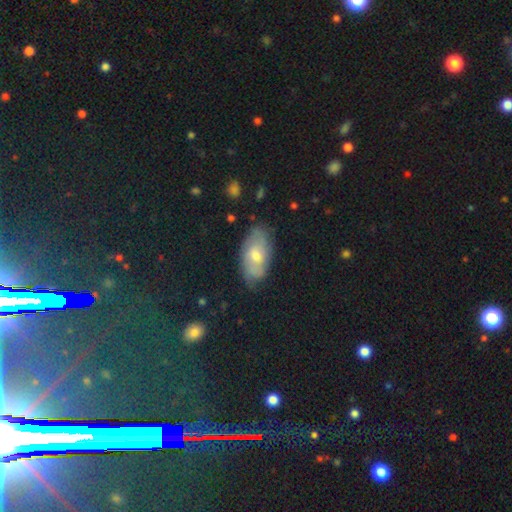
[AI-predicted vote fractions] Morphology: type=featured or disk (51%); edge-on=no (90%); merging=none (73%).